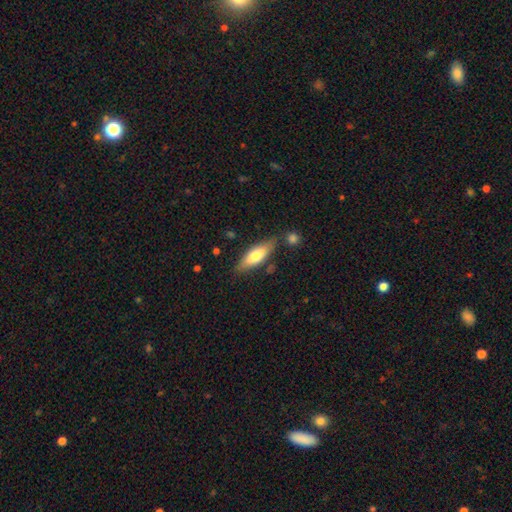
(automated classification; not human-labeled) This appears to be a smooth galaxy with no disk features (64%) that is in between round and cigar-shaped (51%). Merging: none (76%).